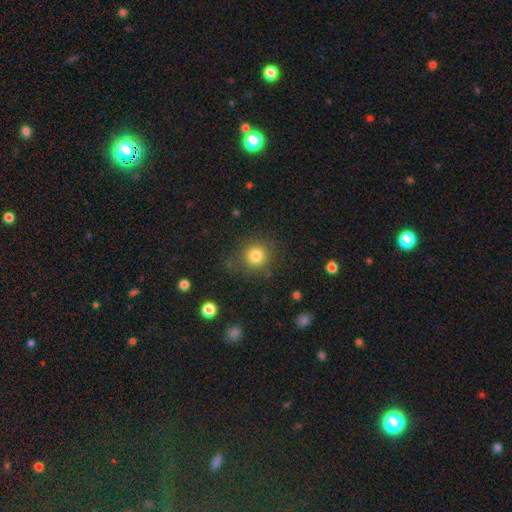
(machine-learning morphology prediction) This appears to be a smooth galaxy with no disk features (82%) that is round (89%). Merging: none (81%).